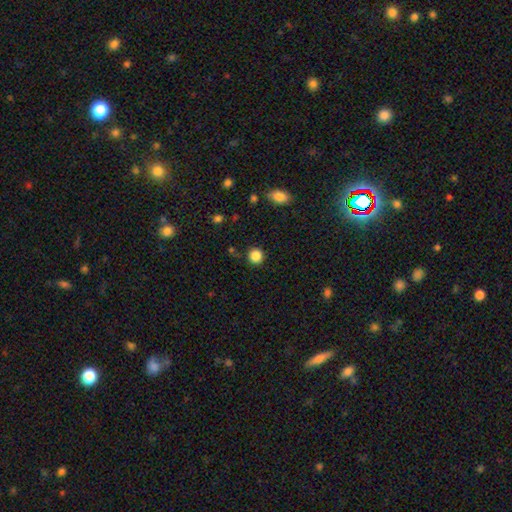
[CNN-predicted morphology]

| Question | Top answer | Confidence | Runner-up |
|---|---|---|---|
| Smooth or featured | smooth | 86% | star or artifact (11%) |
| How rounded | round | 92% | in between (7%) |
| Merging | none | 88% | minor disturbance (8%) |